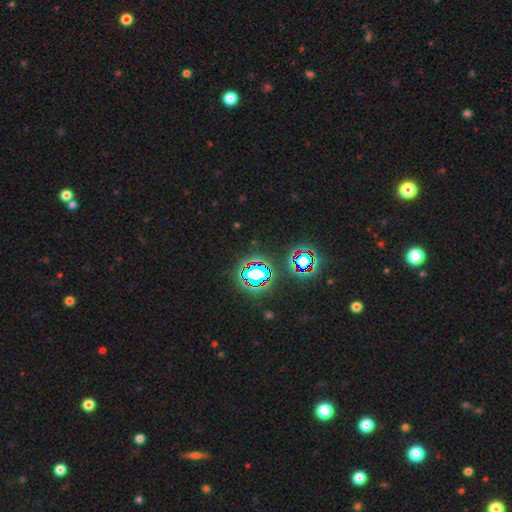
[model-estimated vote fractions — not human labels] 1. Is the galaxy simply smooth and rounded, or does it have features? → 80% star or artifact, 12% smooth, 8% featured or disk.